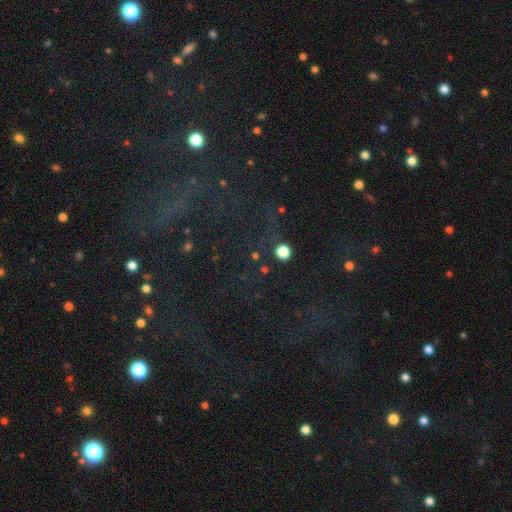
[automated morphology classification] type=star or artifact (60%).